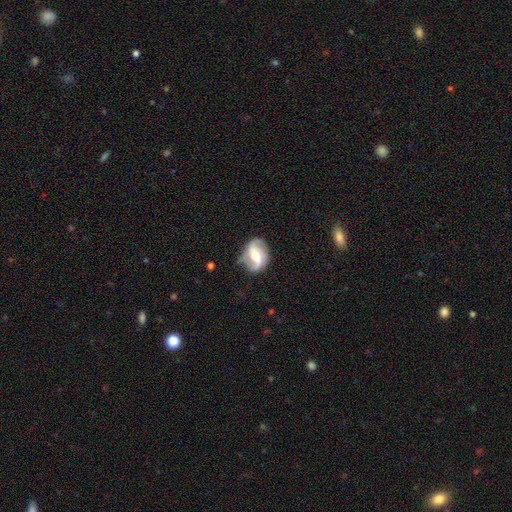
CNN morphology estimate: This appears to be a featured or disk galaxy (76%) with a strong bar (45%), 2 (87%) loose (49%) spiral arms (88%) and a moderate central bulge (58%). Merging: none (70%).